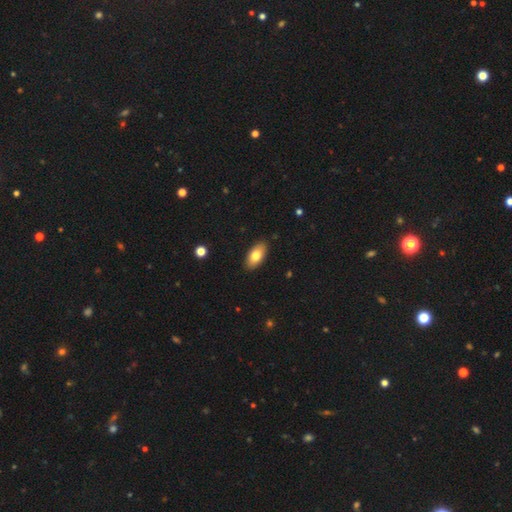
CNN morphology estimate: This is likely a smooth galaxy (77%). How rounded: clearly in between (91%). Merging: clearly none (89%).